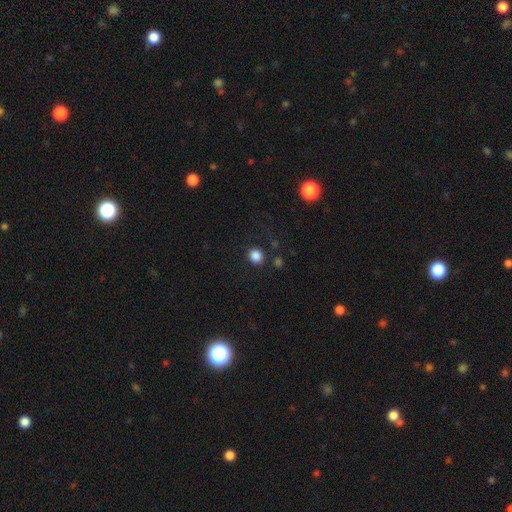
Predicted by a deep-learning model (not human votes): smooth-or-featured: smooth: 85% | star or artifact: 12% | featured or disk: 3%
  how-rounded: round: 86% | in between: 13% | cigar-shaped: 1%
  merging: none: 87% | minor disturbance: 7% | major disturbance: 3% | merger: 3%